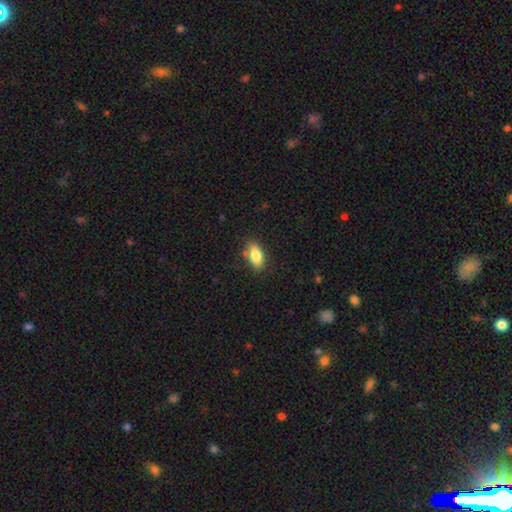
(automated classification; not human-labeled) smooth 82%, featured or disk 10%, star or artifact 7%. Down the decision tree: how rounded — in between (86%); merging — none (80%).